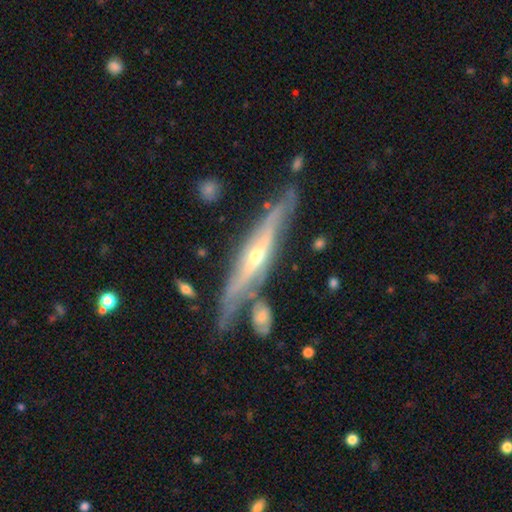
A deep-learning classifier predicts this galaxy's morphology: Smooth or featured?
  - featured or disk: 84% *
  - smooth: 11%
  - star or artifact: 5%
Edge-on disk?
  - yes: 85% *
  - no: 15%
Edge-on bulge?
  - rounded: 83% *
  - none: 14%
  - boxy: 4%
Merging?
  - none: 70% *
  - minor disturbance: 16%
  - merger: 8%
  - major disturbance: 5%